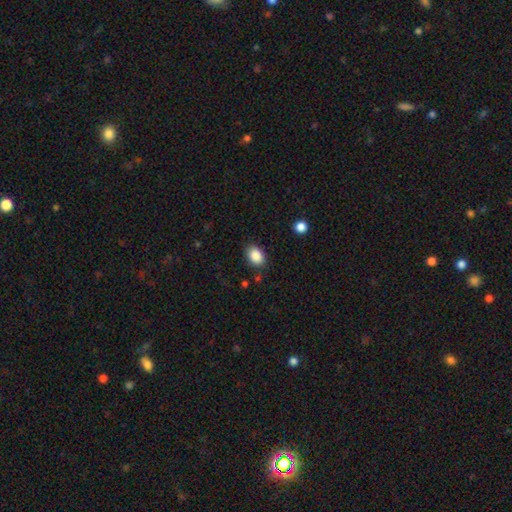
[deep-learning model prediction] Smooth or featured?
  - smooth: 88% *
  - star or artifact: 8%
  - featured or disk: 4%
How rounded?
  - in between: 75% *
  - round: 24%
  - cigar-shaped: 1%
Merging?
  - none: 84% *
  - minor disturbance: 11%
  - major disturbance: 3%
  - merger: 2%